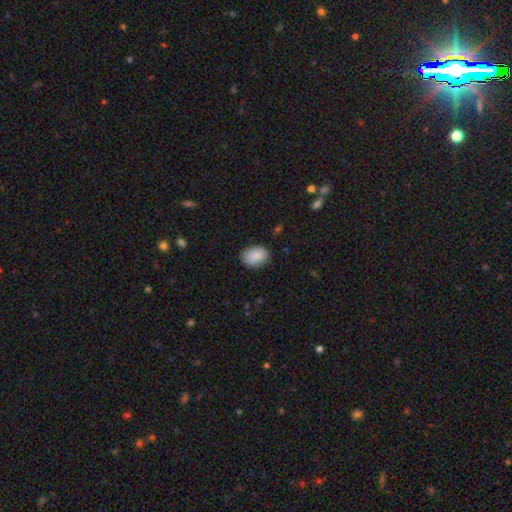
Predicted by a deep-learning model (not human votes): This appears to be a smooth galaxy with no disk features (87%) that is in between round and cigar-shaped (78%). Merging: none (75%).